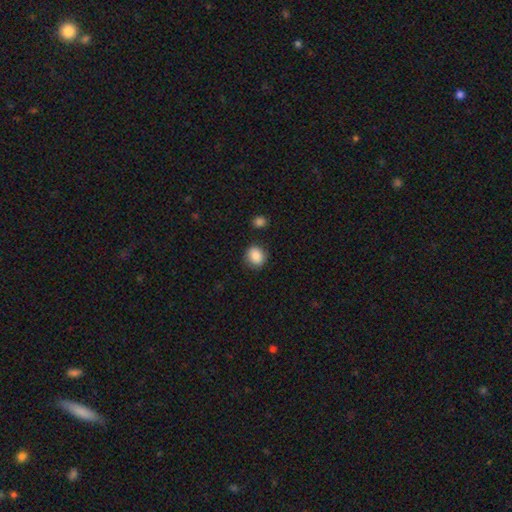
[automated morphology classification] smooth_or_featured: smooth (p=0.88) [alt: star or artifact p=0.08]
how_rounded: round (p=0.72) [alt: in between p=0.27]
merging: none (p=0.84) [alt: minor disturbance p=0.10]